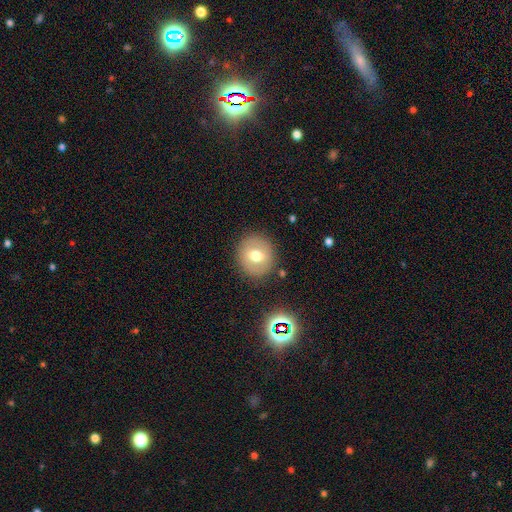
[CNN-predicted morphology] Overall: smooth (64%; featured or disk 26%). How rounded: round (83%). Merging: none (86%).